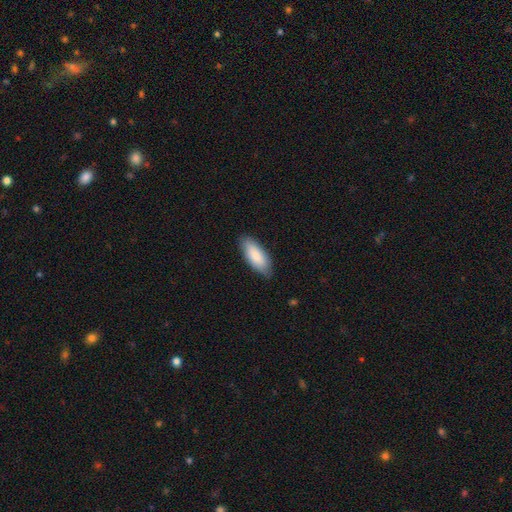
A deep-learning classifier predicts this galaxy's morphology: Q: Smooth or featured?
A: smooth (85%); runner-up: featured or disk (9%)
Q: How rounded?
A: in between (78%); runner-up: cigar-shaped (20%)
Q: Merging?
A: none (81%); runner-up: minor disturbance (16%)